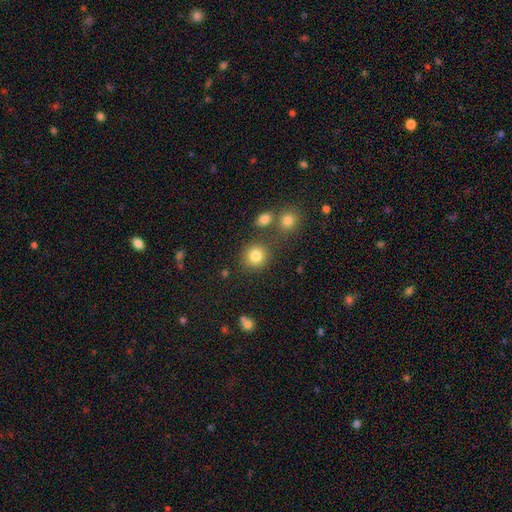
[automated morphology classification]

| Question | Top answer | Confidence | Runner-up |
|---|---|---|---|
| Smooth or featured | smooth | 82% | star or artifact (12%) |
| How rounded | round | 88% | in between (11%) |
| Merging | none | 79% | merger (9%) |